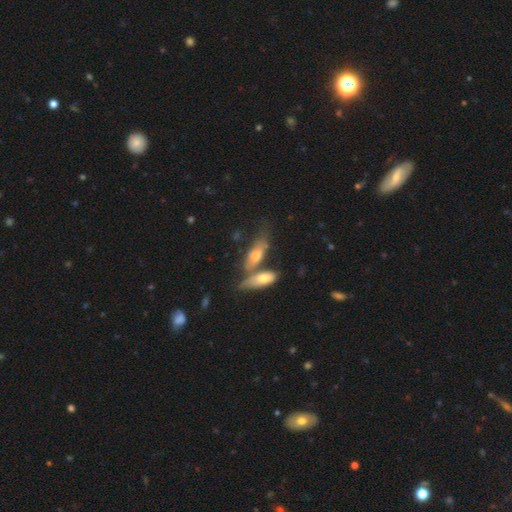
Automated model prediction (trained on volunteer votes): Smooth or featured?
  - smooth: 56% *
  - featured or disk: 35%
  - star or artifact: 8%
How rounded?
  - in between: 59% *
  - cigar-shaped: 38%
  - round: 4%
Merging?
  - merger: 41% *
  - none: 38%
  - minor disturbance: 14%
  - major disturbance: 7%